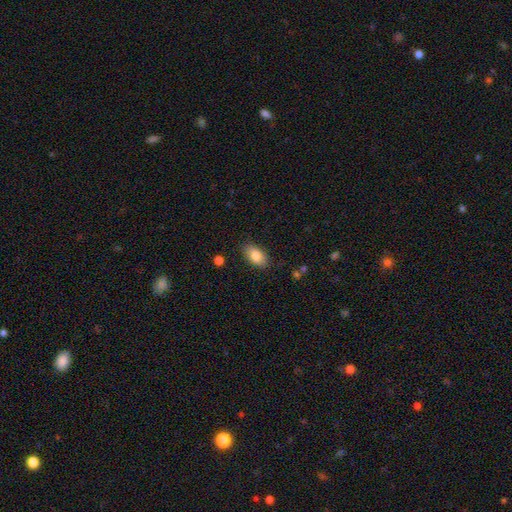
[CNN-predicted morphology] Smooth or featured?
  - smooth: 84% *
  - featured or disk: 9%
  - star or artifact: 7%
How rounded?
  - in between: 91% *
  - round: 6%
  - cigar-shaped: 3%
Merging?
  - none: 85% *
  - minor disturbance: 12%
  - major disturbance: 3%
  - merger: 1%